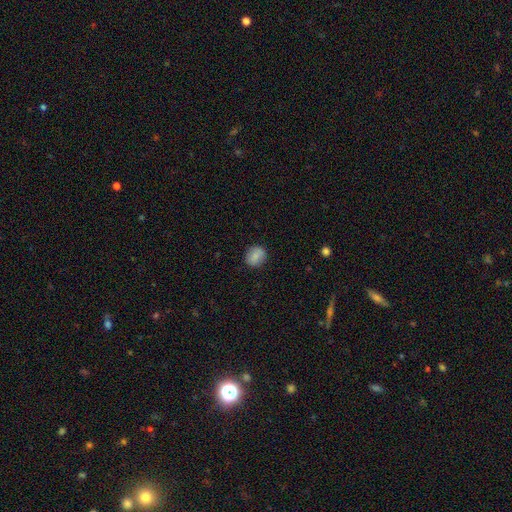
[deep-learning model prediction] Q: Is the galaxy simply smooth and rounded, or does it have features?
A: smooth — 81%.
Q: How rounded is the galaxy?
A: round — 78%.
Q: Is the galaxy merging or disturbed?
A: none — 88%.